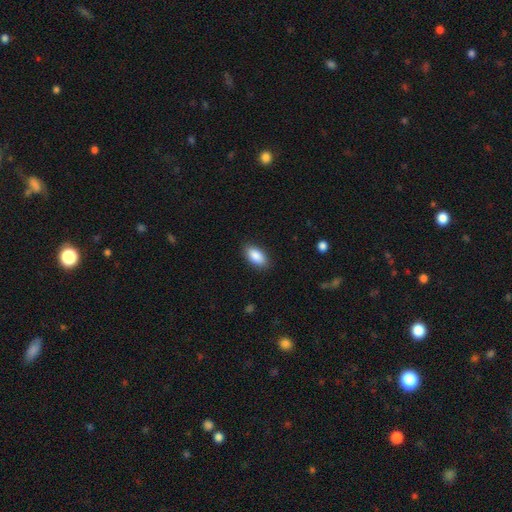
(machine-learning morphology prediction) smooth-or-featured: smooth: 88% | star or artifact: 6% | featured or disk: 5%
  how-rounded: in between: 93% | cigar-shaped: 5% | round: 3%
  merging: none: 88% | minor disturbance: 9% | major disturbance: 2% | merger: 1%